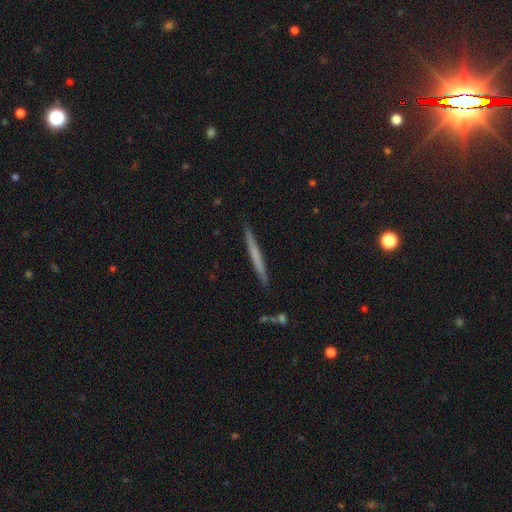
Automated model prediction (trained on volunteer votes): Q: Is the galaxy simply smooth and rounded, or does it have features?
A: smooth — 55%.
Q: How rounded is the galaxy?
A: cigar-shaped — 97%.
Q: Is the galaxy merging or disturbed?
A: none — 91%.